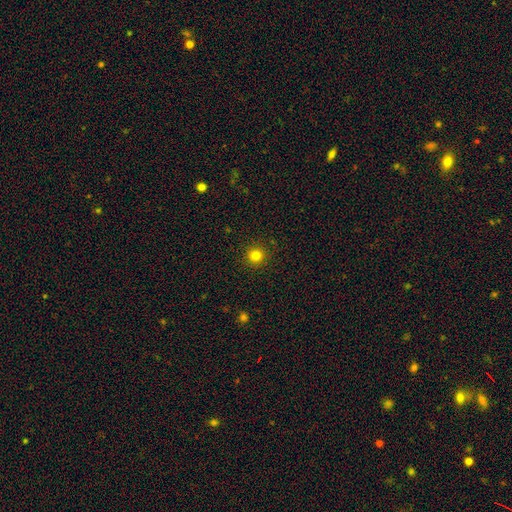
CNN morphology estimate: smooth_or_featured: smooth (p=0.81) [alt: star or artifact p=0.14]
how_rounded: round (p=0.95) [alt: in between p=0.04]
merging: none (p=0.92) [alt: minor disturbance p=0.05]